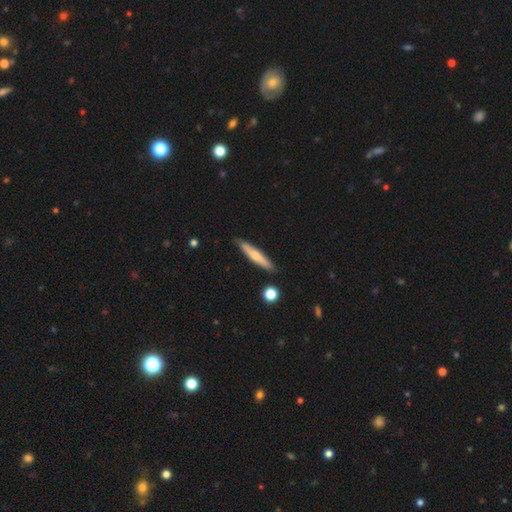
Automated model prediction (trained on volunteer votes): Overall: smooth (54%; featured or disk 41%). How rounded: cigar-shaped (90%). Merging: none (85%).